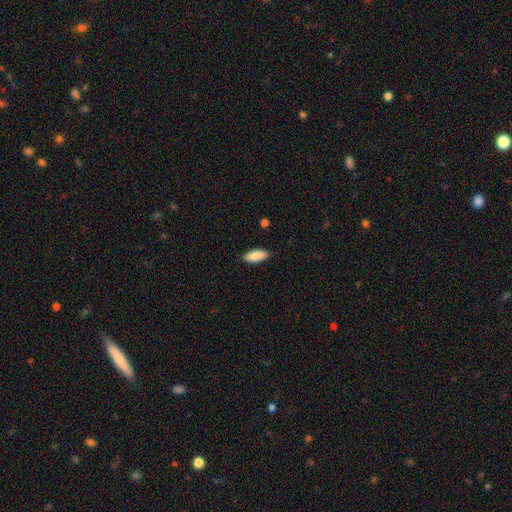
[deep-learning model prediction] Q: Smooth or featured?
A: smooth (88%); runner-up: featured or disk (6%)
Q: How rounded?
A: in between (80%); runner-up: cigar-shaped (18%)
Q: Merging?
A: none (89%); runner-up: minor disturbance (9%)